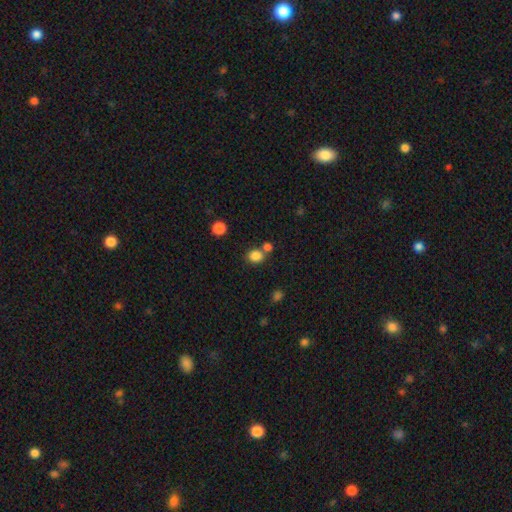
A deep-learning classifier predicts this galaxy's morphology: Overall: smooth (84%). How rounded: round (65%; in between 34%). Merging: none (61%; merger 26%).